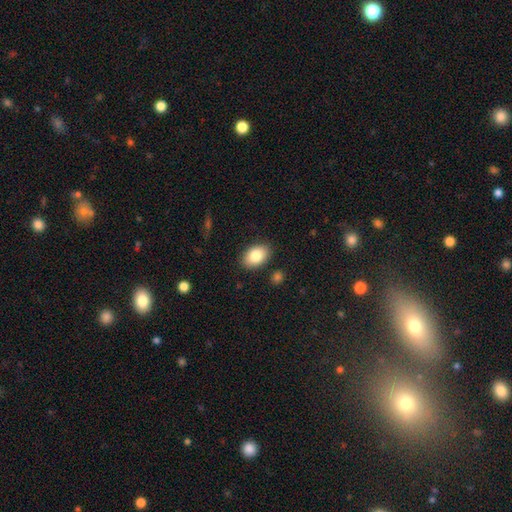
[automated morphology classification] The model was most divided on "smooth or featured": smooth: 83%, featured or disk: 10%, star or artifact: 7%. More confident: how rounded — in between (88%); merging — none (86%).